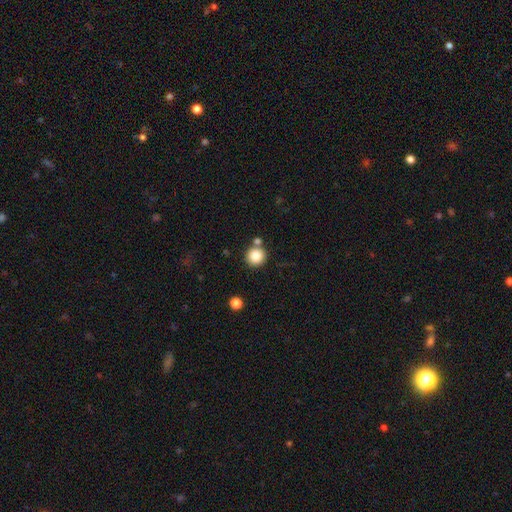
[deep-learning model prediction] This appears to be a smooth galaxy with no disk features (85%) that is round (94%). Merging: none (77%).